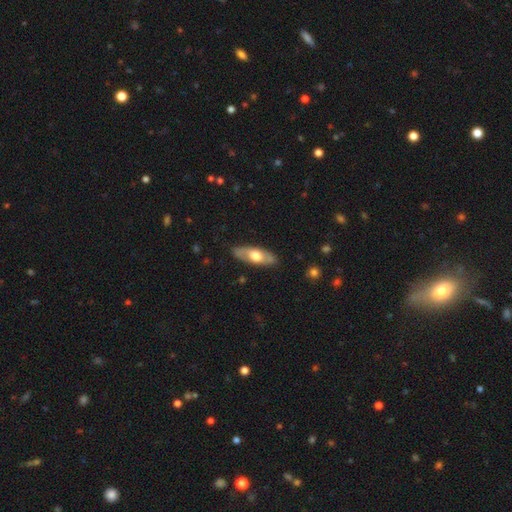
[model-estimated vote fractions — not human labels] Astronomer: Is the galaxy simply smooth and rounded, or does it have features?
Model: smooth — 50% (runner-up: featured or disk, 45%).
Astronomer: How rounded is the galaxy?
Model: in between — 66%.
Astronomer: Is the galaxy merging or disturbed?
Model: none — 86%.